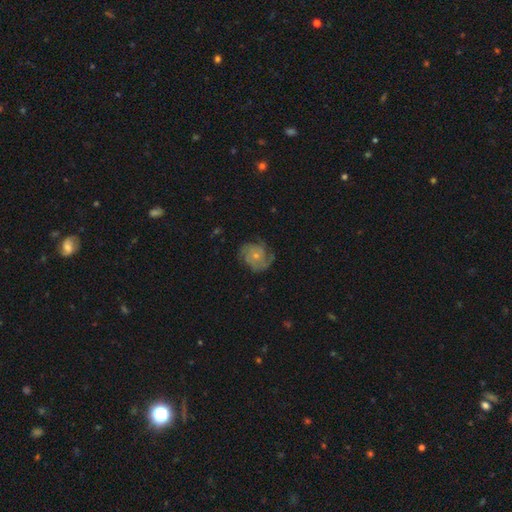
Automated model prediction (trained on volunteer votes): Overall: featured or disk (78%). Edge-on disk: no (98%). Bar: no (82%). Spiral arms: yes (94%). Spiral arm count: 3 (34%; 2 21%). Spiral winding: tight (46%; medium 40%). Bulge size: small (73%). Merging: none (71%).